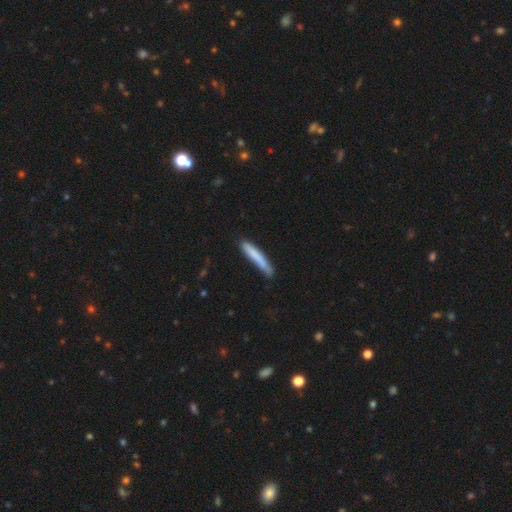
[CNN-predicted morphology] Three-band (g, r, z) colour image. It shows a smooth galaxy with no disk features (77%) that is cigar-shaped (94%). Merging: none (73%).